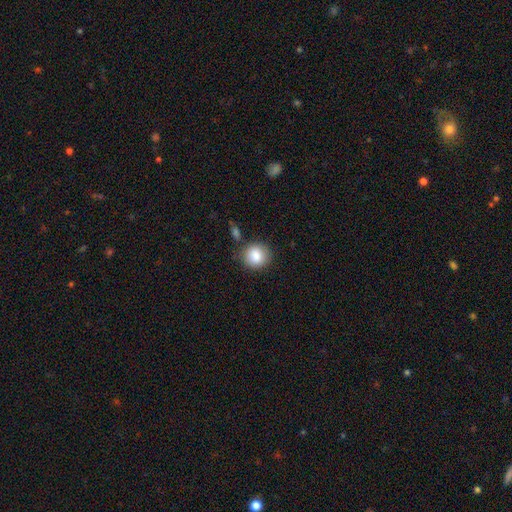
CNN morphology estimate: smooth_or_featured: smooth (p=0.86) [alt: star or artifact p=0.08]
how_rounded: round (p=0.83) [alt: in between p=0.16]
merging: none (p=0.79) [alt: minor disturbance p=0.12]